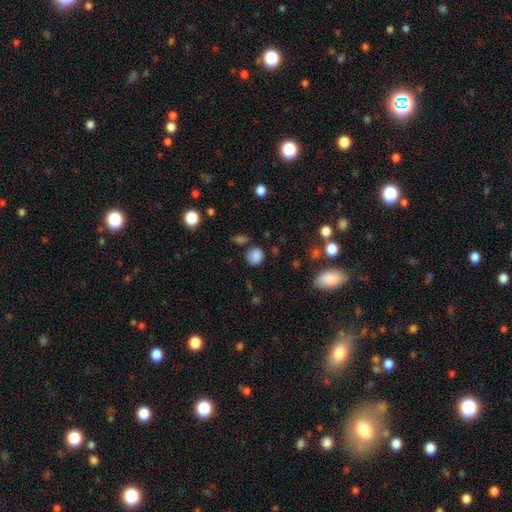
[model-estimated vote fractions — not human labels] A smooth galaxy with no disk features (81%) that is round (73%). Merging: none (67%).